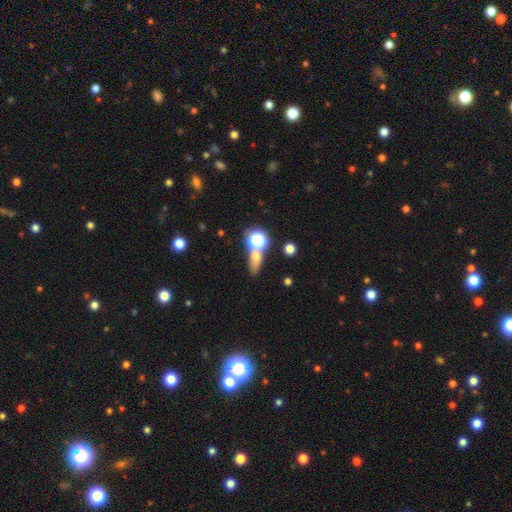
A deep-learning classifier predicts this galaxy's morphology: This appears to be a smooth galaxy with no disk features (58%) that is in between round and cigar-shaped (51%). Merging: none (53%).